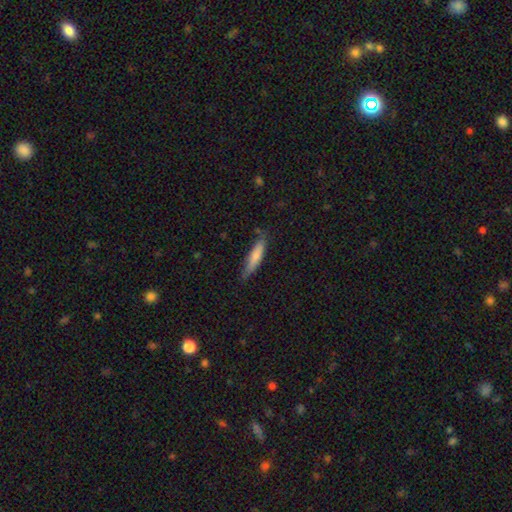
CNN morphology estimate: This appears to be a smooth galaxy with no disk features (74%) that is cigar-shaped (83%). Merging: none (75%).